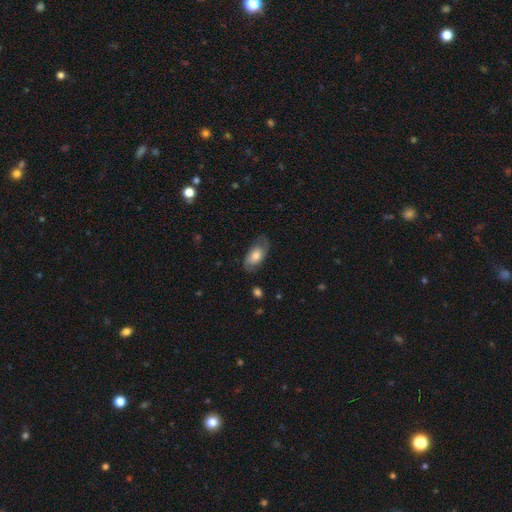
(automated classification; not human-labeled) Morphology: type=smooth (56%); roundness=in between (91%); merging=none (69%).